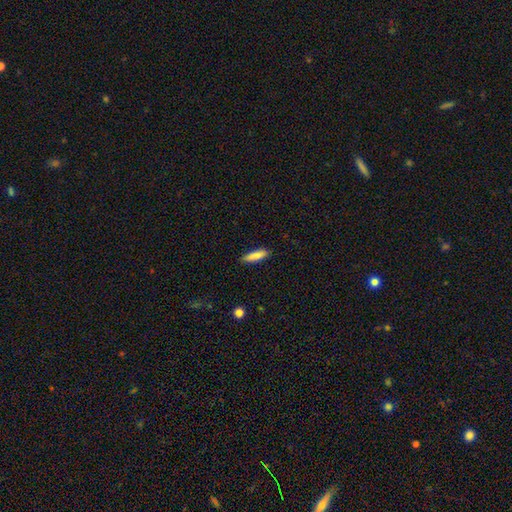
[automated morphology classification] A smooth galaxy with no disk features (84%) that is cigar-shaped (71%).

Vote fractions:
- Smooth or featured? smooth: 84% / featured or disk: 10% / star or artifact: 6%
- How rounded? cigar-shaped: 71% / in between: 28% / round: 2%
- Merging? none: 86% / minor disturbance: 11% / major disturbance: 2% / merger: 1%